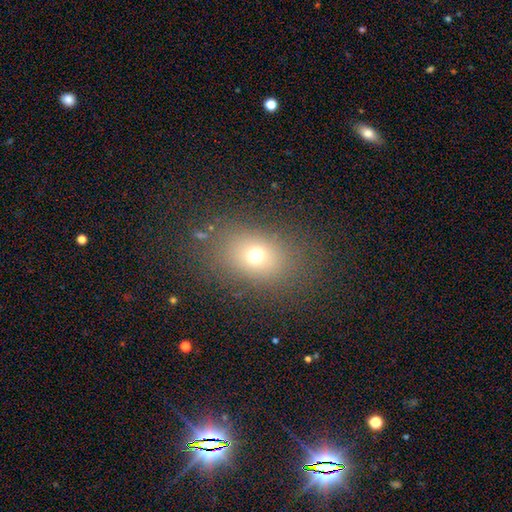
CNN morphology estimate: Smooth or featured? Predicted: smooth (p=0.68). How rounded? Predicted: in between (p=0.61). Merging? Predicted: none (p=0.80).